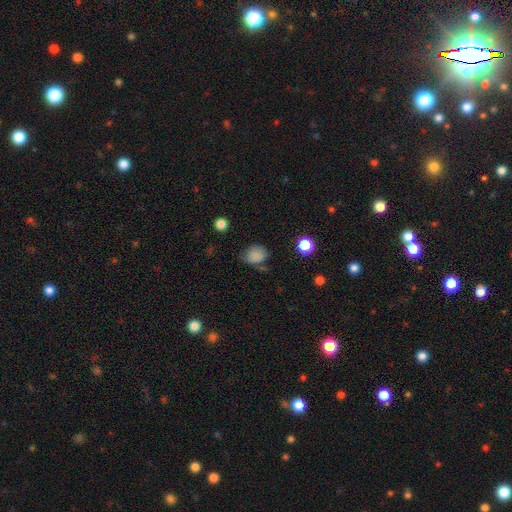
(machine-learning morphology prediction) Q: Smooth or featured?
A: smooth (81%); runner-up: star or artifact (13%)
Q: How rounded?
A: round (57%); runner-up: in between (42%)
Q: Merging?
A: none (58%); runner-up: minor disturbance (29%)